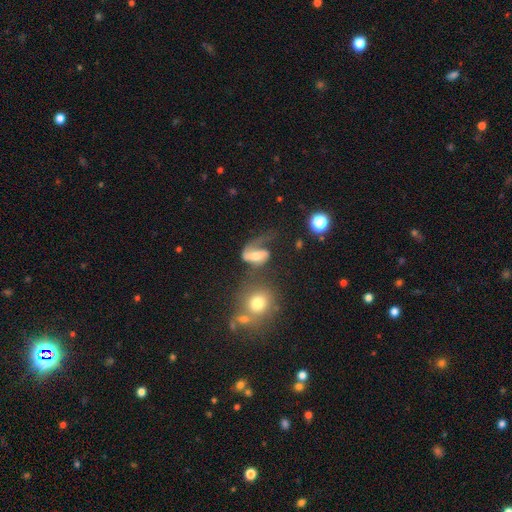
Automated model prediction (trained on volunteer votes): featured or disk 64%, smooth 27%, star or artifact 9%. Down the decision tree: edge-on disk — no (96%); bar — weak (37%); spiral arms — yes (84%); spiral arm count — 1 (48%); spiral winding — loose (61%); bulge size — moderate (48%); merging — major disturbance (42%).